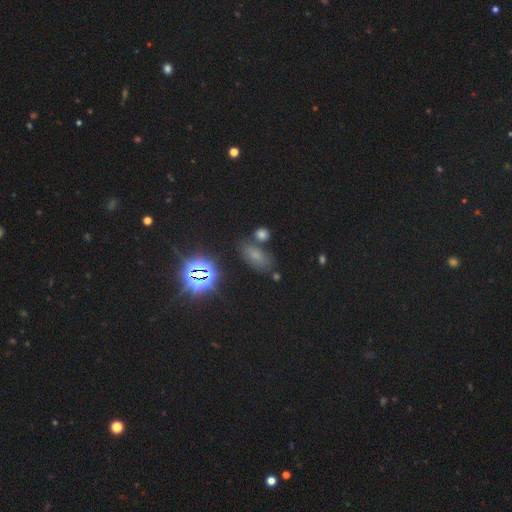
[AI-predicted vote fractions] smooth 50%, star or artifact 40%, featured or disk 10%. Down the decision tree: how rounded — in between (85%); merging — none (70%).